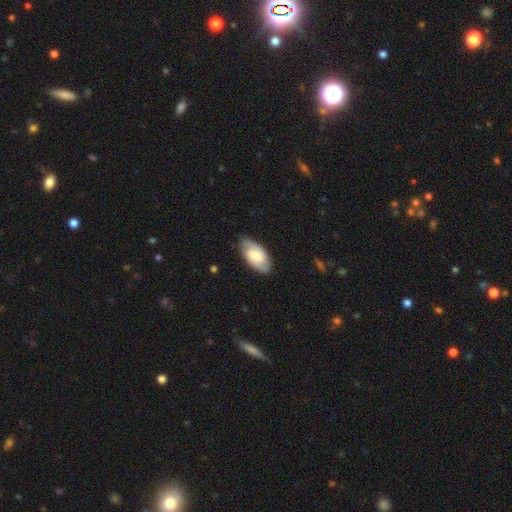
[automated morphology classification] Smooth or featured?
  - featured or disk: 51% *
  - smooth: 43%
  - star or artifact: 6%
Edge-on disk?
  - no: 93% *
  - yes: 7%
Merging?
  - none: 80% *
  - minor disturbance: 15%
  - major disturbance: 3%
  - merger: 1%